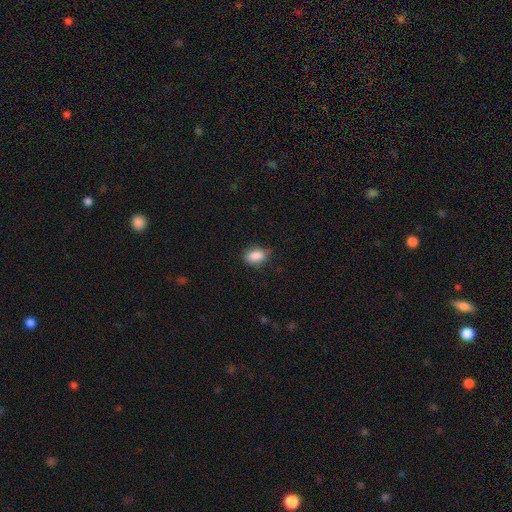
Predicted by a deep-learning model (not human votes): Smooth or featured?
  - smooth: 88% *
  - star or artifact: 8%
  - featured or disk: 5%
How rounded?
  - in between: 85% *
  - round: 13%
  - cigar-shaped: 2%
Merging?
  - none: 72% *
  - minor disturbance: 23%
  - major disturbance: 4%
  - merger: 1%